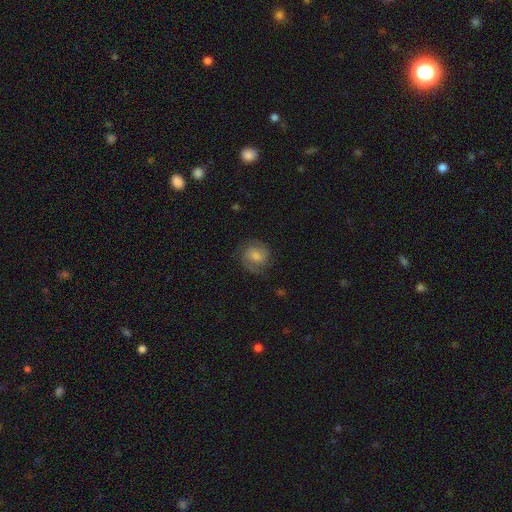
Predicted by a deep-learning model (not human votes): This appears to be a featured or disk galaxy (56%) with no bar (48%), spiral arms (91%) and a moderate central bulge (48%). Merging: none (78%).